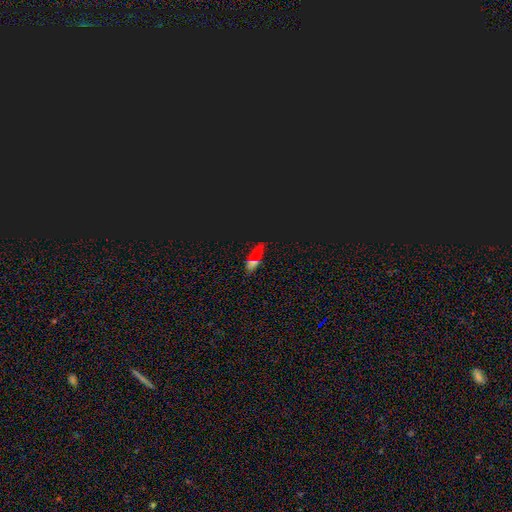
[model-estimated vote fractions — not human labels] Smooth or featured: star or artifact — 49% (smooth — 40%)